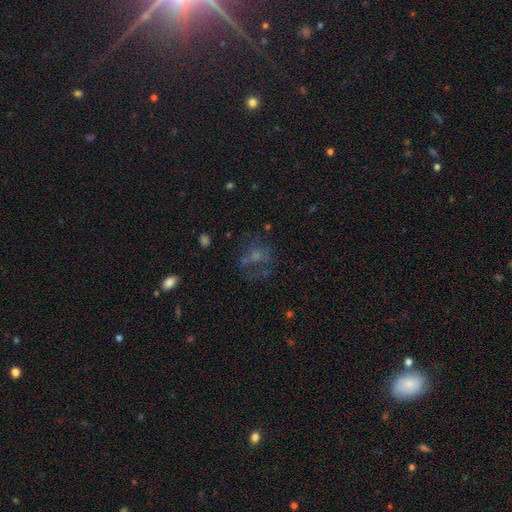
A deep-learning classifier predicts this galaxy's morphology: Overall: smooth (40%; featured or disk 38%). Merging: none (46%; major disturbance 31%).